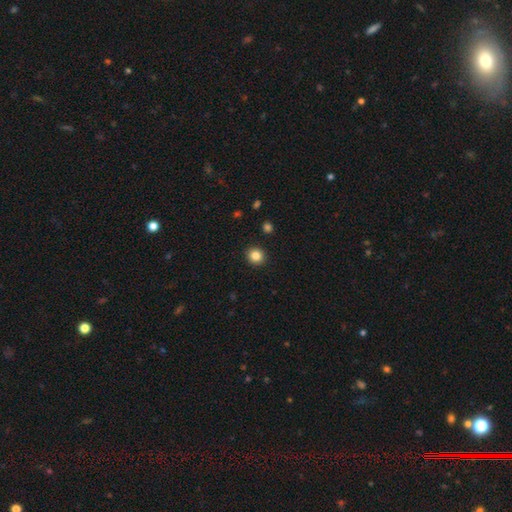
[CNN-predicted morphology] smooth-or-featured: smooth: 84% | star or artifact: 11% | featured or disk: 5%
  how-rounded: round: 89% | in between: 10% | cigar-shaped: 1%
  merging: none: 92% | minor disturbance: 5% | major disturbance: 2% | merger: 1%